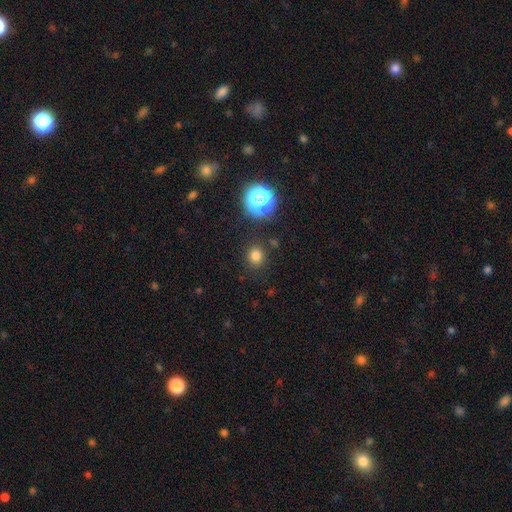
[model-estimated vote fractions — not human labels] The model was most divided on "smooth or featured": smooth: 79%, star or artifact: 16%, featured or disk: 6%. More confident: merging — none (87%); how rounded — round (87%).